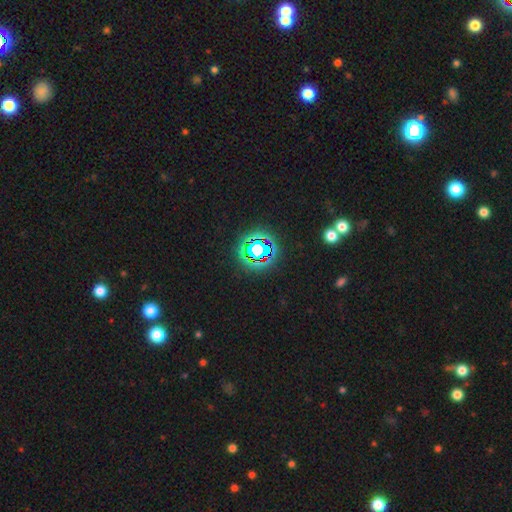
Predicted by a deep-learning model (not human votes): Smooth or featured?
  - star or artifact: 78% *
  - smooth: 14%
  - featured or disk: 8%